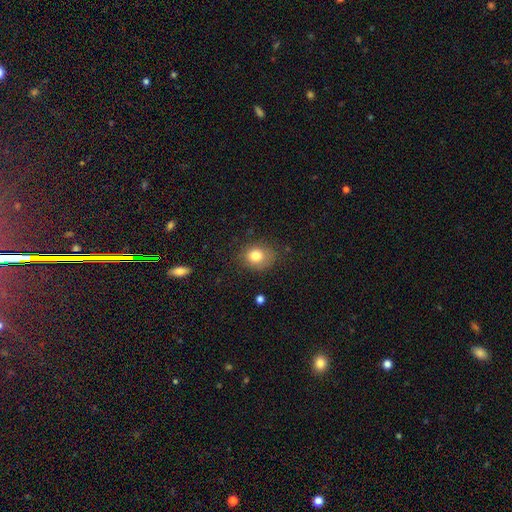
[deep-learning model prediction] Q: Smooth or featured?
A: smooth (80%); runner-up: star or artifact (11%)
Q: How rounded?
A: round (63%); runner-up: in between (36%)
Q: Merging?
A: none (73%); runner-up: minor disturbance (20%)